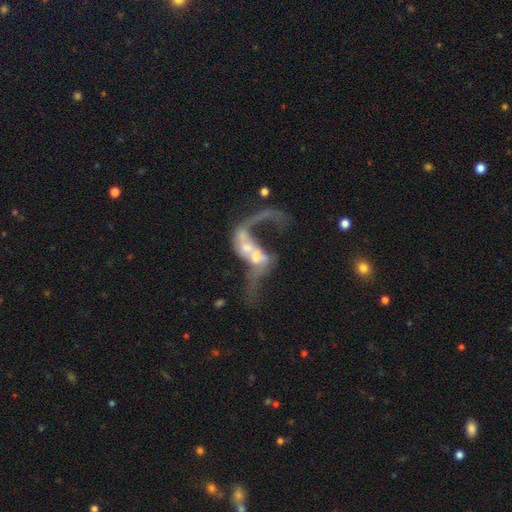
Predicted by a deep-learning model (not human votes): A featured or disk galaxy (68%) with no bar (68%), spiral arms (55%) and a moderate central bulge (37%). Merging: merger (66%).